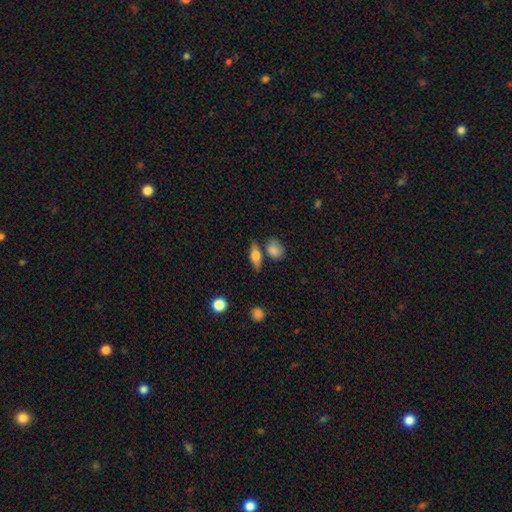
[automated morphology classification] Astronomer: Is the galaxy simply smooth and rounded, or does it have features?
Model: smooth — 68%.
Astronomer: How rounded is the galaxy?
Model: in between — 67%.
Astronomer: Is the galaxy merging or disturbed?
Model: none — 69%.